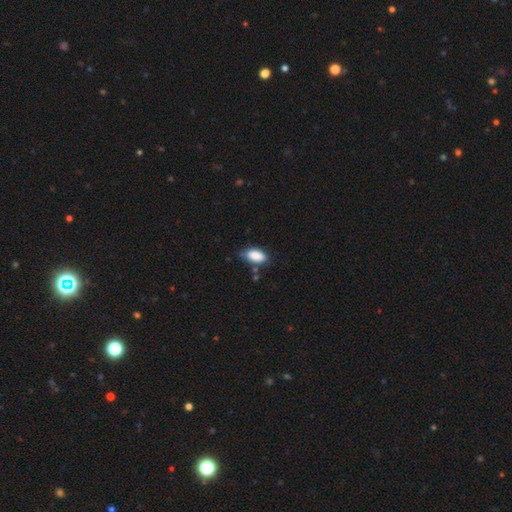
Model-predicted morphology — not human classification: Smooth or featured?
  - smooth: 88% *
  - star or artifact: 7%
  - featured or disk: 5%
How rounded?
  - in between: 92% *
  - cigar-shaped: 4%
  - round: 3%
Merging?
  - none: 69% *
  - minor disturbance: 23%
  - major disturbance: 4%
  - merger: 3%